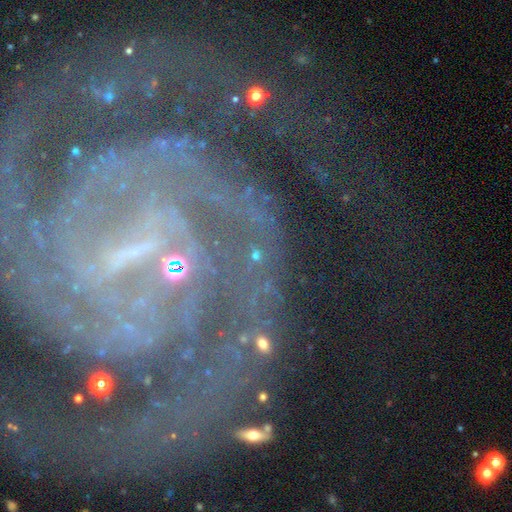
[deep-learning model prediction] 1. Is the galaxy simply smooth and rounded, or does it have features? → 66% star or artifact, 18% featured or disk, 17% smooth.